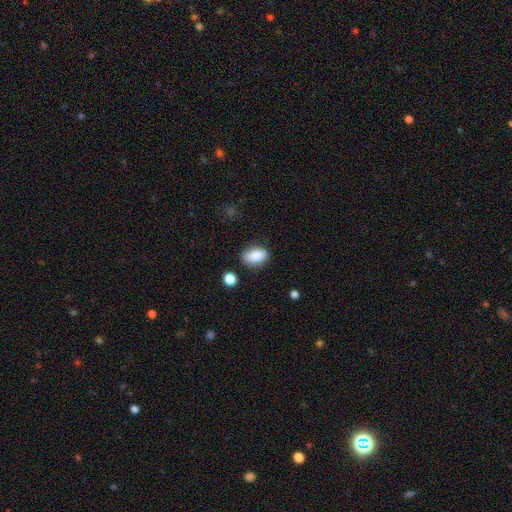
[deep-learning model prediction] Q: Smooth or featured?
A: smooth (87%); runner-up: star or artifact (8%)
Q: How rounded?
A: in between (88%); runner-up: round (10%)
Q: Merging?
A: none (81%); runner-up: minor disturbance (13%)